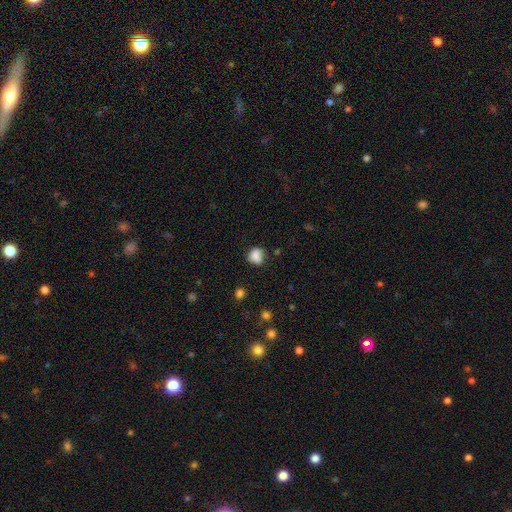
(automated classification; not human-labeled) Morphology: type=smooth (79%); roundness=round (64%); merging=none (53%).